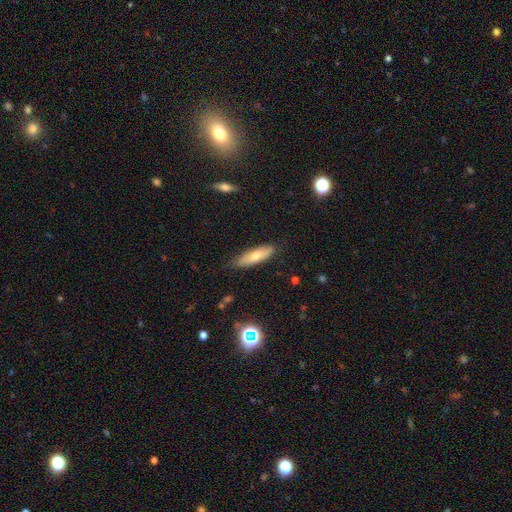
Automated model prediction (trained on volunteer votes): A smooth galaxy with no disk features (65%) that is cigar-shaped (52%).

Vote fractions:
- Smooth or featured? smooth: 65% / featured or disk: 28% / star or artifact: 7%
- How rounded? cigar-shaped: 52% / in between: 45% / round: 2%
- Merging? none: 82% / minor disturbance: 15% / major disturbance: 2% / merger: 1%